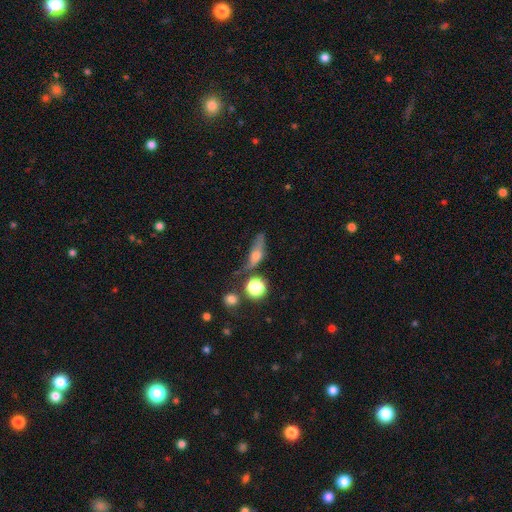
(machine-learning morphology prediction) Smooth or featured: smooth — 51% (featured or disk — 35%)
How rounded: in between — 45% (cigar-shaped — 38%)
Merging: none — 39% (minor disturbance — 26%)